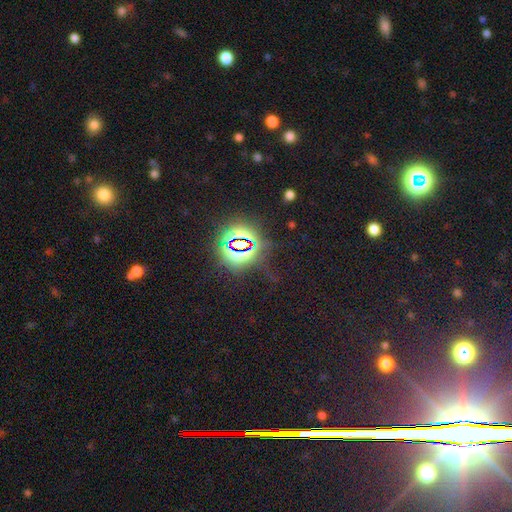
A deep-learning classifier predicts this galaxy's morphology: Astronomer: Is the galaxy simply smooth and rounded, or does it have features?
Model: star or artifact — 79%.